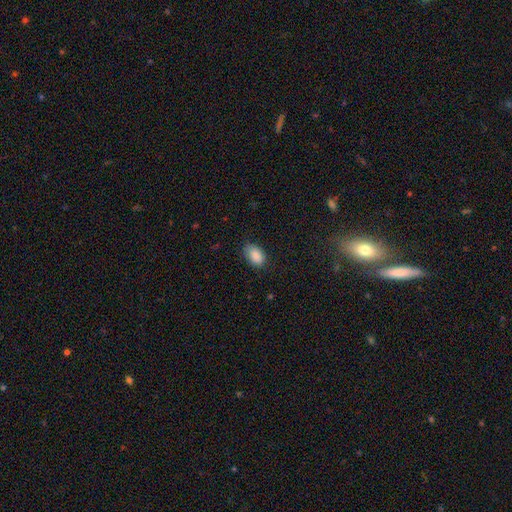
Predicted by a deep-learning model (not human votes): Smooth or featured: smooth — 88% (star or artifact — 7%)
How rounded: in between — 90% (round — 9%)
Merging: none — 77% (minor disturbance — 18%)